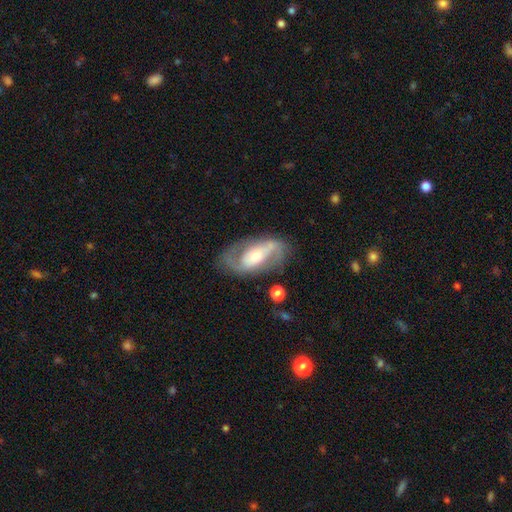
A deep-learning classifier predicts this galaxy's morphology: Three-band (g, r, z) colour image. It shows a featured or disk galaxy (80%) with no bar (43%), 2 (83%) medium (47%) spiral arms (82%) and a moderate central bulge (58%). Merging: none (71%).